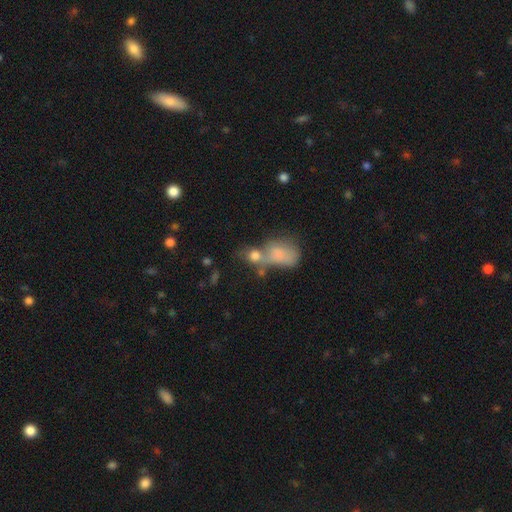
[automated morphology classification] smooth 47%, star or artifact 30%, featured or disk 23%. Down the decision tree: merging — none (44%).